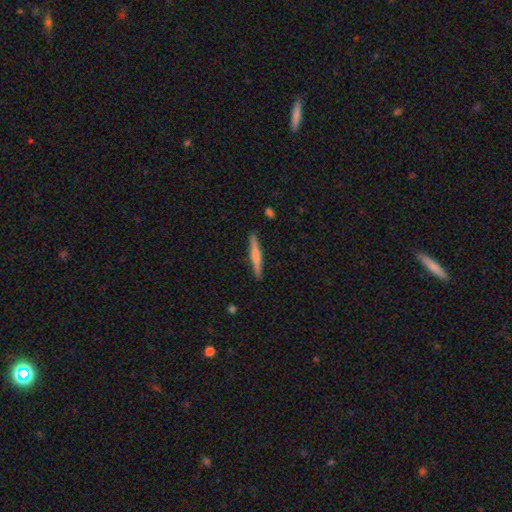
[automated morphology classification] smooth-or-featured: smooth: 55% | featured or disk: 39% | star or artifact: 6%
  how-rounded: cigar-shaped: 94% | in between: 4% | round: 1%
  merging: none: 90% | minor disturbance: 8% | major disturbance: 2% | merger: 1%